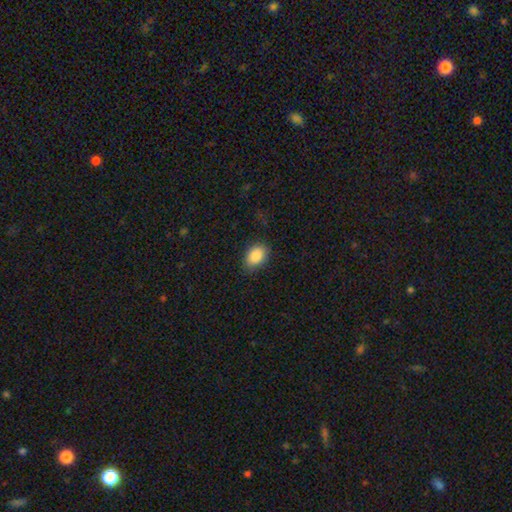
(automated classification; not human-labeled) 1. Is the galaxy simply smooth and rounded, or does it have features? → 88% smooth, 8% star or artifact, 5% featured or disk.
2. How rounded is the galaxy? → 79% in between, 20% round, 1% cigar-shaped.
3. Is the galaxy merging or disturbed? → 82% none, 14% minor disturbance, 3% major disturbance, 1% merger.